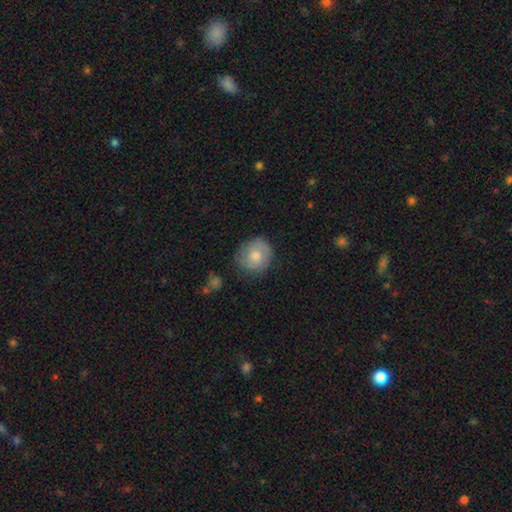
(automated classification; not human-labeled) Morphology: type=smooth (57%); roundness=round (84%); merging=none (77%).